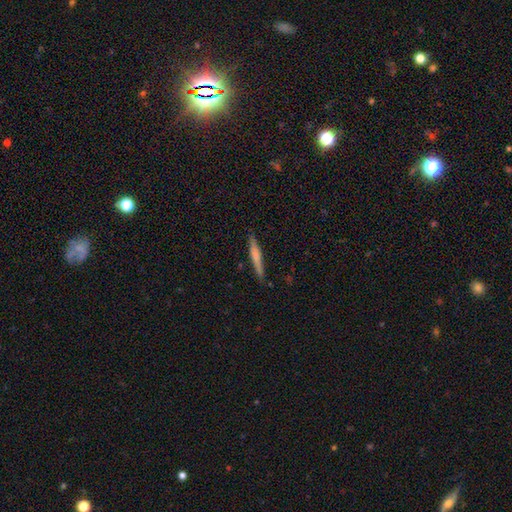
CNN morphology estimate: Overall: smooth (54%; featured or disk 40%). How rounded: cigar-shaped (95%). Merging: none (89%).